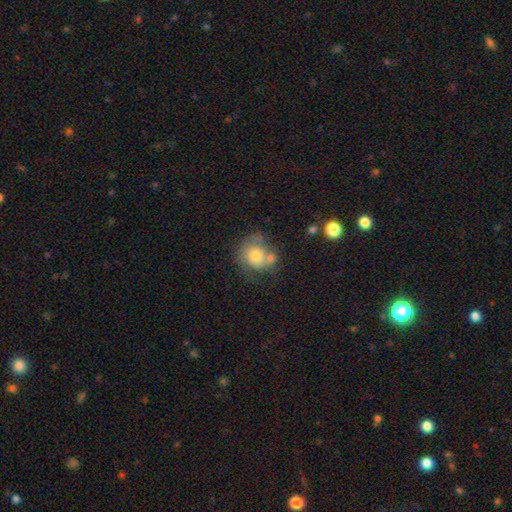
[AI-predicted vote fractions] smooth_or_featured: smooth (p=0.59) [alt: featured or disk p=0.33]
how_rounded: round (p=0.76) [alt: in between p=0.23]
merging: none (p=0.37) [alt: merger p=0.29]